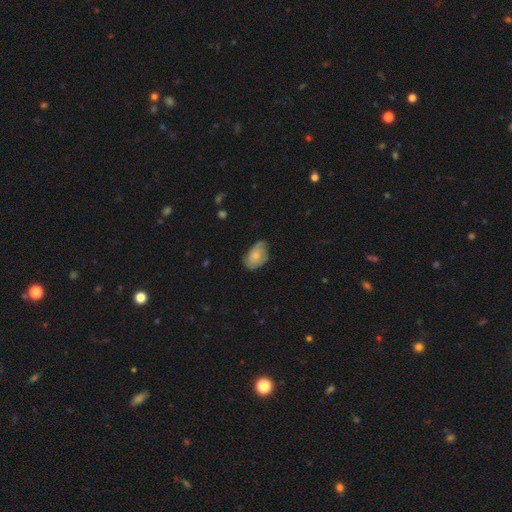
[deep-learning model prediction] Smooth or featured? Predicted: smooth (p=0.70). How rounded? Predicted: in between (p=0.88). Merging? Predicted: none (p=0.54).